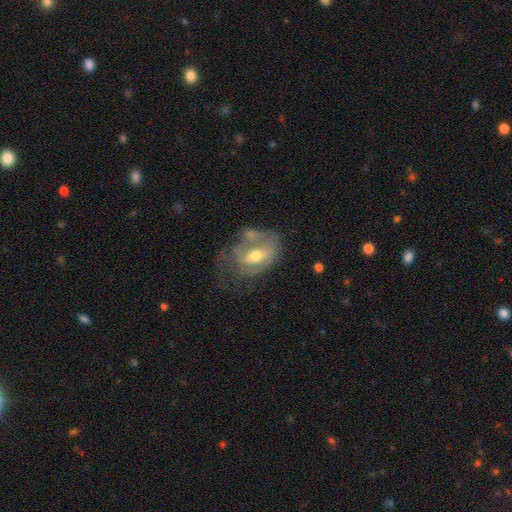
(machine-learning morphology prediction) smooth_or_featured: featured or disk (p=0.65) [alt: smooth p=0.27]
disk_edge_on: no (p=0.93) [alt: yes p=0.07]
bar: weak (p=0.42) [alt: no p=0.38]
has_spiral_arms: yes (p=0.54) [alt: no p=0.46]
bulge_size: moderate (p=0.65) [alt: small p=0.29]
merging: none (p=0.33) [alt: major disturbance p=0.26]